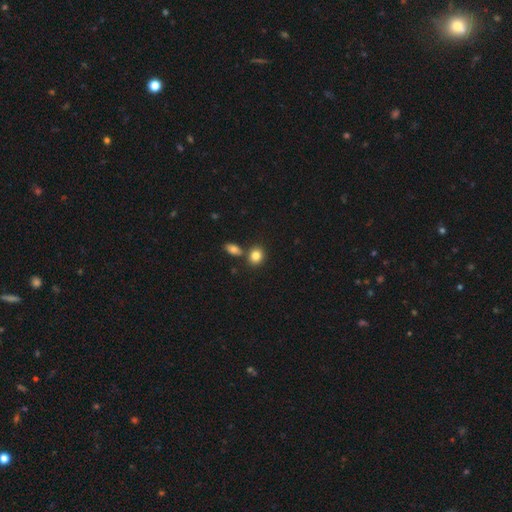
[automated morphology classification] A smooth galaxy with no disk features (84%) that is round (64%). Merging: none (67%).